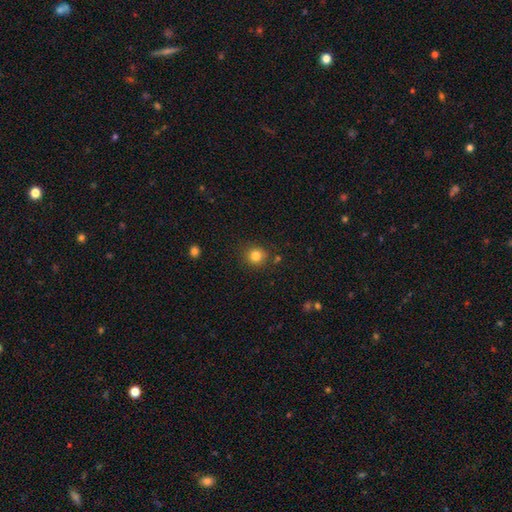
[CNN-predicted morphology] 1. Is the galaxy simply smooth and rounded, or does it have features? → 82% smooth, 12% star or artifact, 6% featured or disk.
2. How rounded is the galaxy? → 91% round, 8% in between, 1% cigar-shaped.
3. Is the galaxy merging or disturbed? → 85% none, 9% minor disturbance, 3% merger, 3% major disturbance.